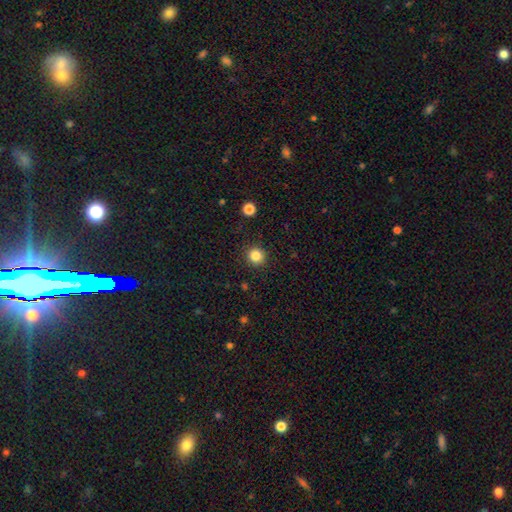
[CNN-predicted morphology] type=smooth (84%); roundness=round (92%); merging=none (91%).